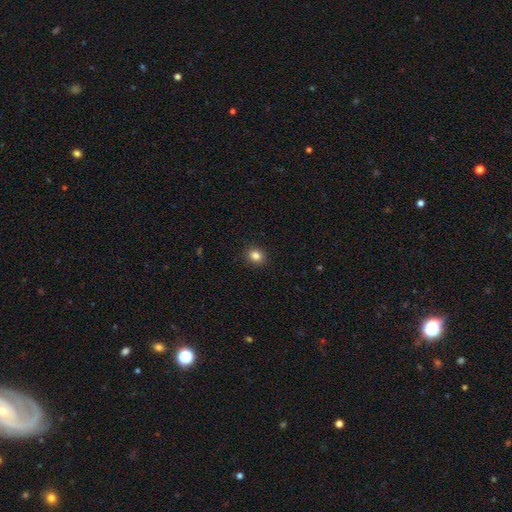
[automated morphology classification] Overall: smooth (84%). How rounded: round (74%). Merging: none (91%).